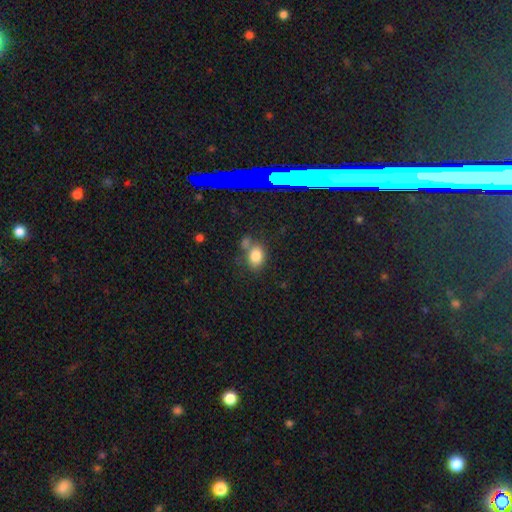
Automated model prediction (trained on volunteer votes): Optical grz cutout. It shows a smooth galaxy with no disk features (78%) that is in between round and cigar-shaped (69%). Merging: none (58%).